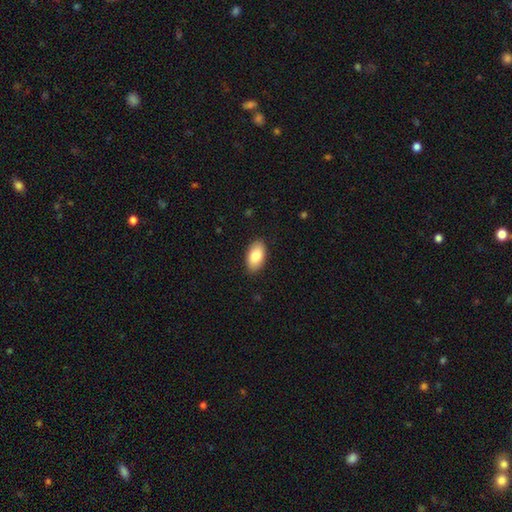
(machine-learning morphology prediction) A smooth galaxy with no disk features (84%) that is in between round and cigar-shaped (95%).

Vote fractions:
- Smooth or featured? smooth: 84% / featured or disk: 9% / star or artifact: 6%
- How rounded? in between: 95% / round: 3% / cigar-shaped: 2%
- Merging? none: 89% / minor disturbance: 8% / major disturbance: 2% / merger: 1%